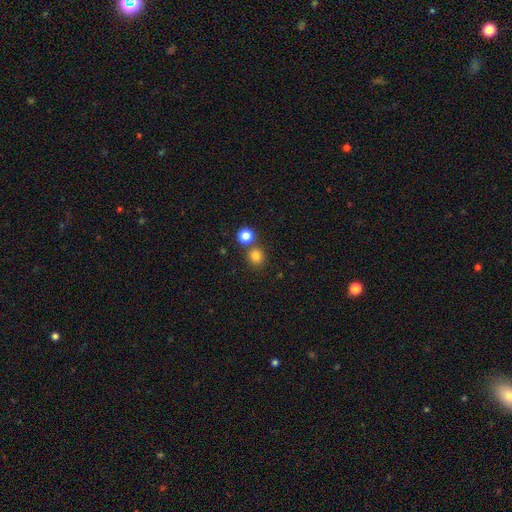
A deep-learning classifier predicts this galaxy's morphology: smooth-or-featured: smooth: 80% | star or artifact: 14% | featured or disk: 5%
  how-rounded: round: 86% | in between: 13% | cigar-shaped: 1%
  merging: none: 71% | merger: 19% | minor disturbance: 7% | major disturbance: 3%